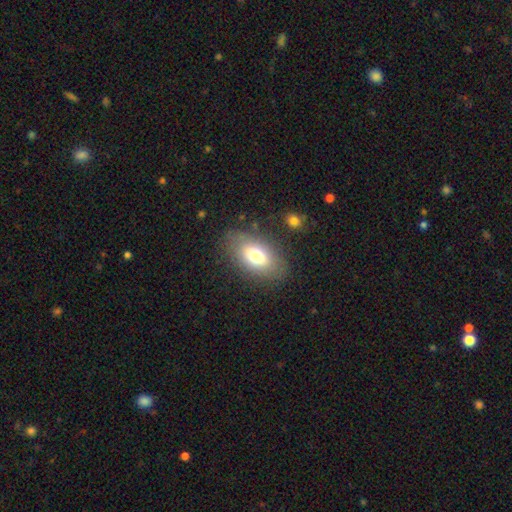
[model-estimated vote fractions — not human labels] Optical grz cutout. It shows a smooth galaxy with no disk features (71%) that is in between round and cigar-shaped (89%). Merging: none (80%).